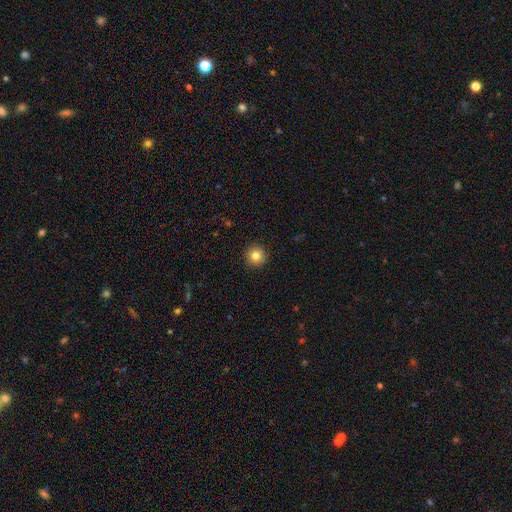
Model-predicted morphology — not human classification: A smooth galaxy with no disk features (83%) that is round (96%). Merging: none (93%).